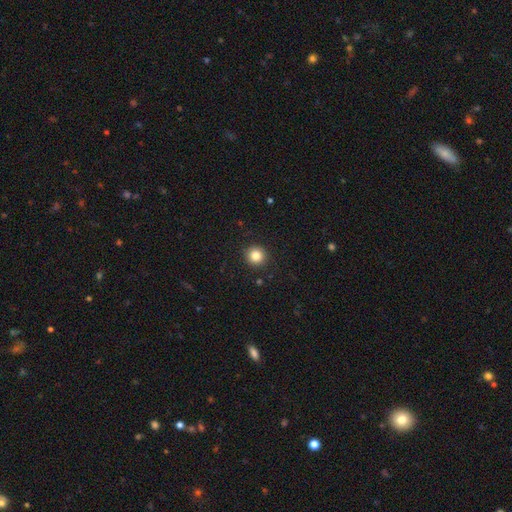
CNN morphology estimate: smooth 84%, star or artifact 11%, featured or disk 5%. Down the decision tree: how rounded — round (94%); merging — none (92%).